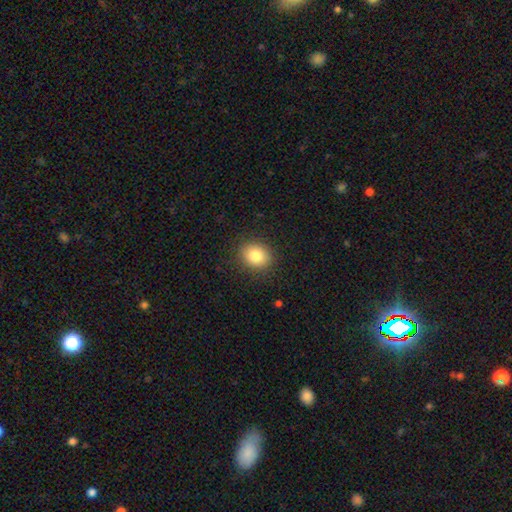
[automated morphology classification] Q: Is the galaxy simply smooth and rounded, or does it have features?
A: smooth — 83%.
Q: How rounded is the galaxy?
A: round — 65%.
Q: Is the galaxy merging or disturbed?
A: none — 88%.